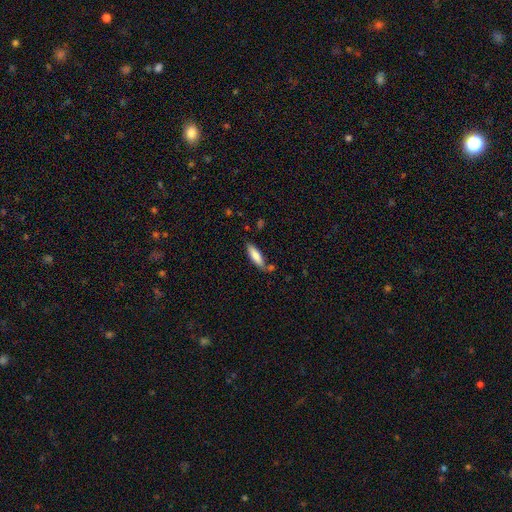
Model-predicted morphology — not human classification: Smooth or featured: smooth — 80% (featured or disk — 15%)
How rounded: cigar-shaped — 56% (in between — 43%)
Merging: none — 68% (minor disturbance — 19%)